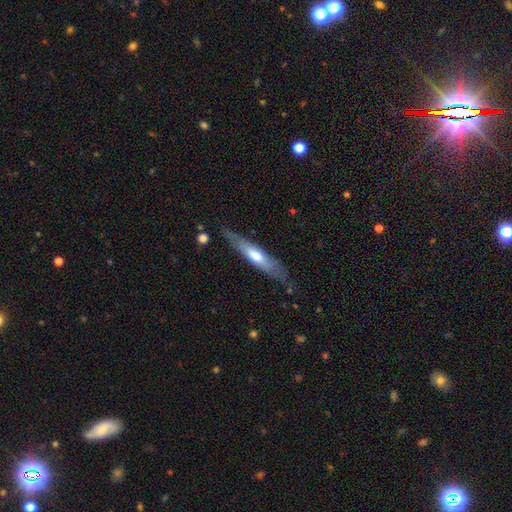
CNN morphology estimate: Q: Smooth or featured?
A: featured or disk (51%); runner-up: smooth (43%)
Q: Edge-on disk?
A: yes (72%); runner-up: no (28%)
Q: Merging?
A: none (75%); runner-up: minor disturbance (18%)